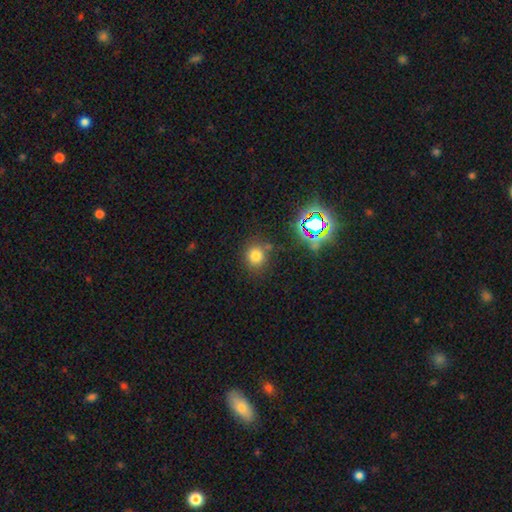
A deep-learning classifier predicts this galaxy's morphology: A smooth galaxy with no disk features (72%) that is round (86%).

Vote fractions:
- Smooth or featured? smooth: 72% / star or artifact: 21% / featured or disk: 7%
- How rounded? round: 86% / in between: 13% / cigar-shaped: 1%
- Merging? none: 78% / minor disturbance: 11% / merger: 7% / major disturbance: 4%